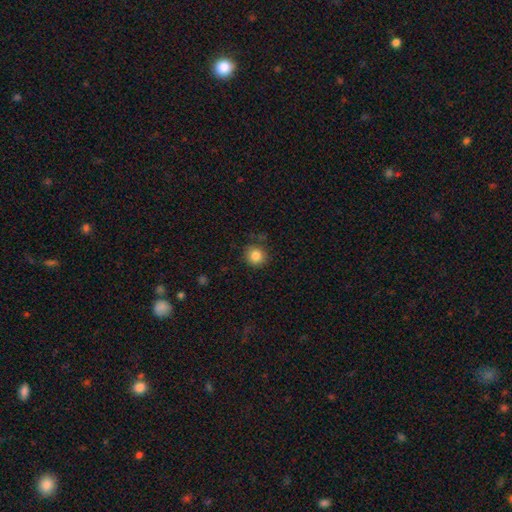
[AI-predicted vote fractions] The model was most divided on "merging": none: 83%, minor disturbance: 12%, major disturbance: 3%, merger: 2%. More confident: how rounded — round (91%); smooth or featured — smooth (84%).